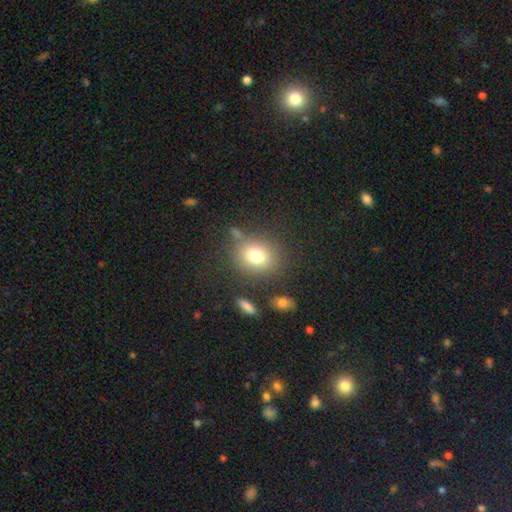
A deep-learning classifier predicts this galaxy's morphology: Smooth or featured: smooth — 76% (star or artifact — 13%)
How rounded: round — 69% (in between — 30%)
Merging: none — 75% (minor disturbance — 13%)